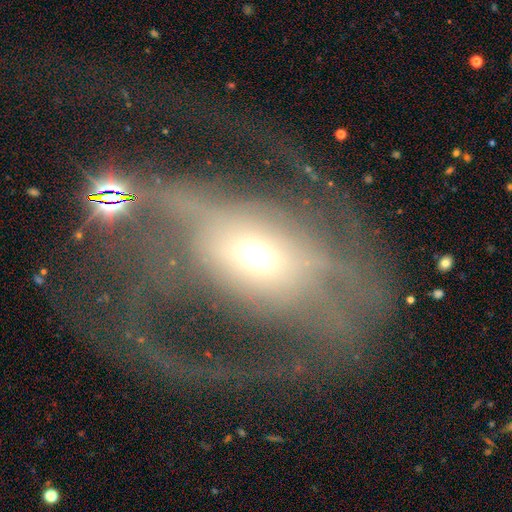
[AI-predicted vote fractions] The model was most divided on "spiral arms": yes: 63%, no: 37%. More confident: edge-on disk — no (92%); smooth or featured — featured or disk (72%); bar — no (61%); bulge size — moderate (60%); merging — major disturbance (59%).